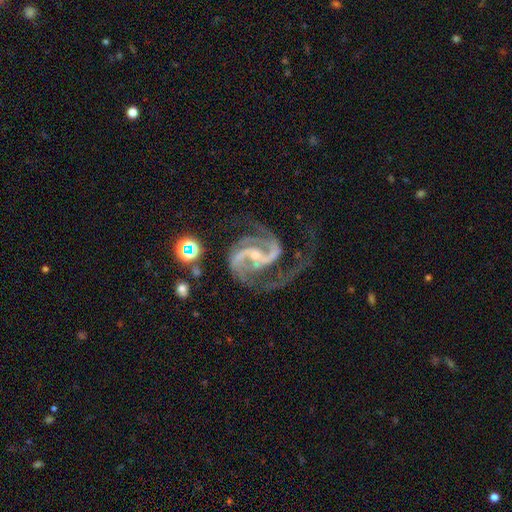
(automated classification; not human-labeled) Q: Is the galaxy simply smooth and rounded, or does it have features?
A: featured or disk — 93%.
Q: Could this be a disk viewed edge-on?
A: no — 98%.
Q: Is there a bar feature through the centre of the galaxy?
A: weak — 42%.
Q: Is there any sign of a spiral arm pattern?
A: yes — 99%.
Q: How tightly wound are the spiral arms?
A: medium — 62%.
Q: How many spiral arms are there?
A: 2 — 72%.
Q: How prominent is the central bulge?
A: small — 68%.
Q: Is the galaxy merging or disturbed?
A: none — 53%.